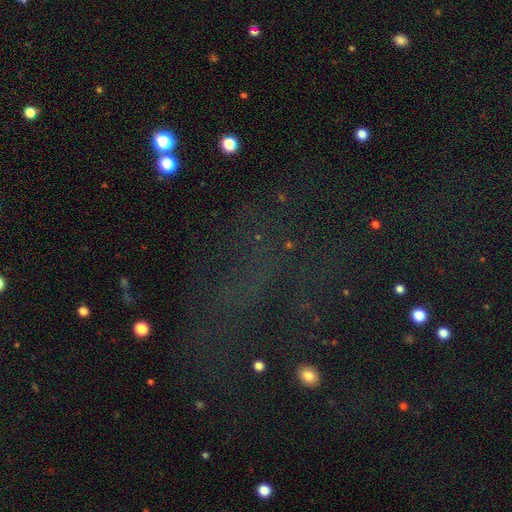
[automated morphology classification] Smooth or featured? star or artifact (60%)